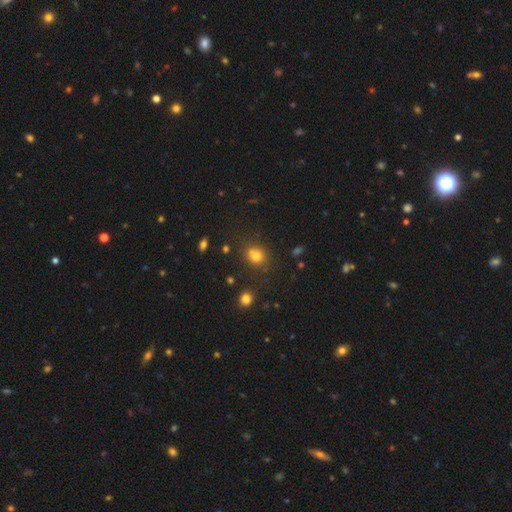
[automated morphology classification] Overall: smooth (74%). How rounded: round (68%; in between 31%). Merging: none (59%; merger 23%).